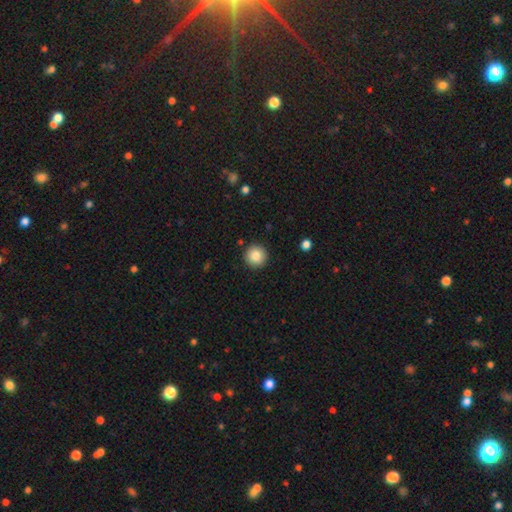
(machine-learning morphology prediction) A smooth galaxy with no disk features (84%) that is round (96%). Merging: none (92%).